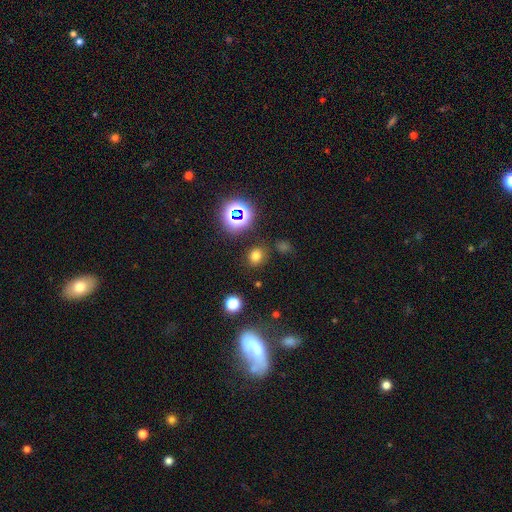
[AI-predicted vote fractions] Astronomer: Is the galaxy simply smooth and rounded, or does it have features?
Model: smooth — 70%.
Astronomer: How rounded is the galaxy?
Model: round — 66%.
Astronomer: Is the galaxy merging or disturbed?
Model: none — 83%.